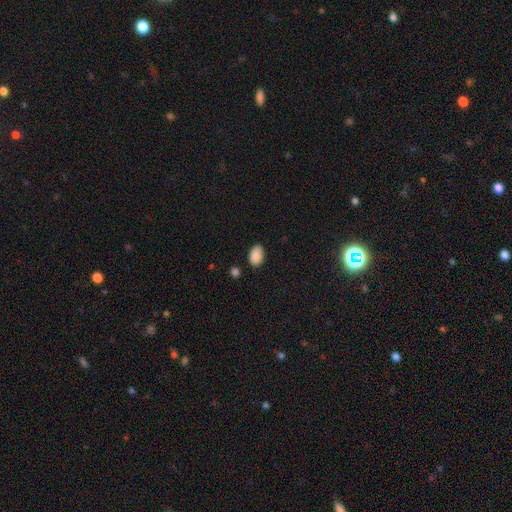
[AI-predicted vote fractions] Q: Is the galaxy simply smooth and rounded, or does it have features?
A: smooth — 89%.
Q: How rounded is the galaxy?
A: in between — 90%.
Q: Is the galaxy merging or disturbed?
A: none — 82%.